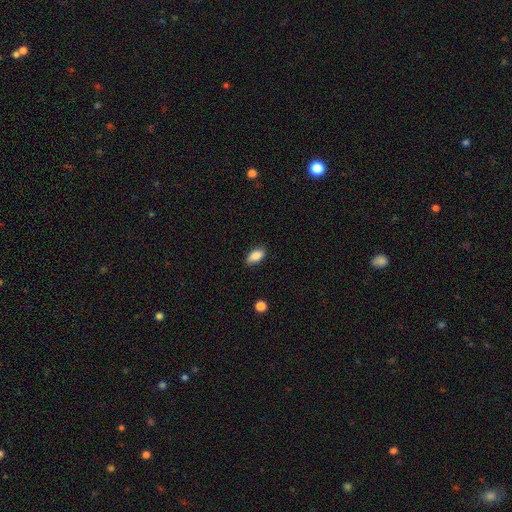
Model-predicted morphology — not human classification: type=smooth (86%); roundness=in between (91%); merging=none (84%).